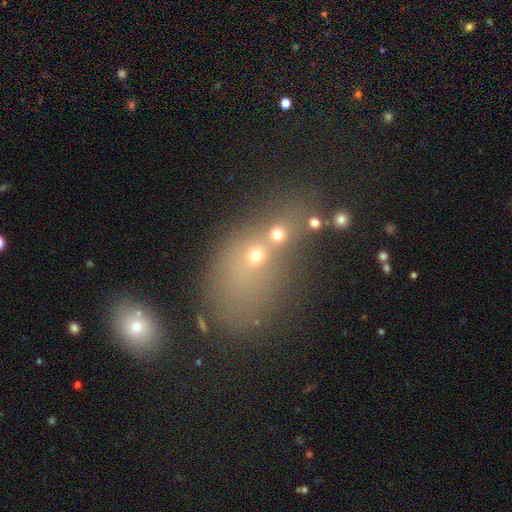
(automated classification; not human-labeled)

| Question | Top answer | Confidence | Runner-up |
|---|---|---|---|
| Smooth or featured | smooth | 46% | star or artifact (35%) |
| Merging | merger | 41% | none (38%) |